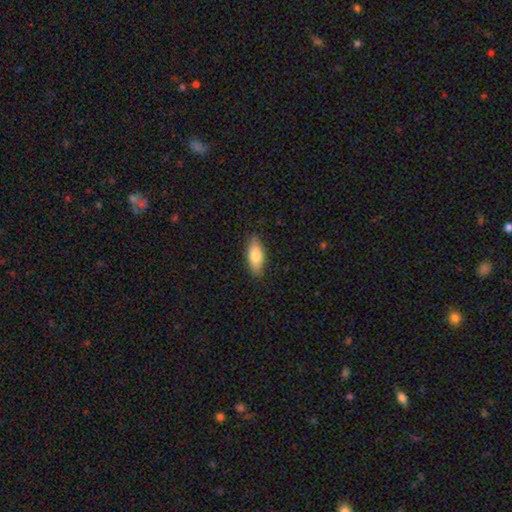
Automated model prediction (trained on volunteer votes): Overall: smooth (77%). How rounded: in between (75%). Merging: none (87%).